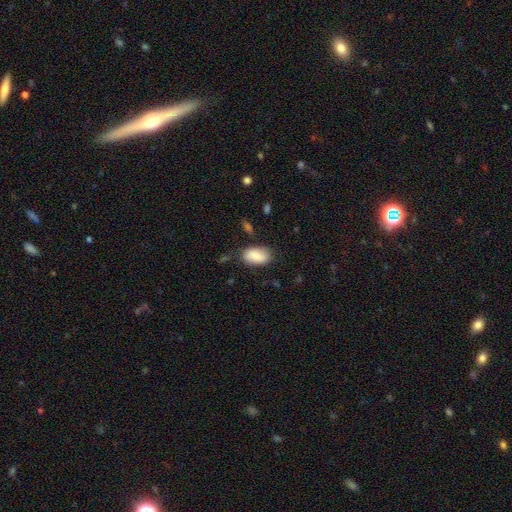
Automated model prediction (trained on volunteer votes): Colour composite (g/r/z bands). It shows a smooth galaxy with no disk features (83%) that is in between round and cigar-shaped (93%). Merging: none (75%).